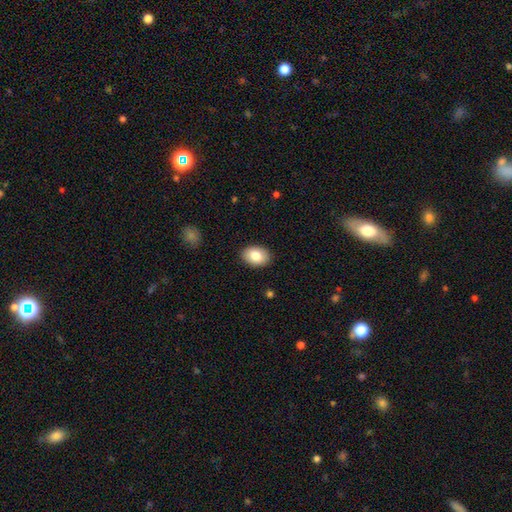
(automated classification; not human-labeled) A smooth galaxy with no disk features (83%) that is in between round and cigar-shaped (81%). Merging: none (89%).